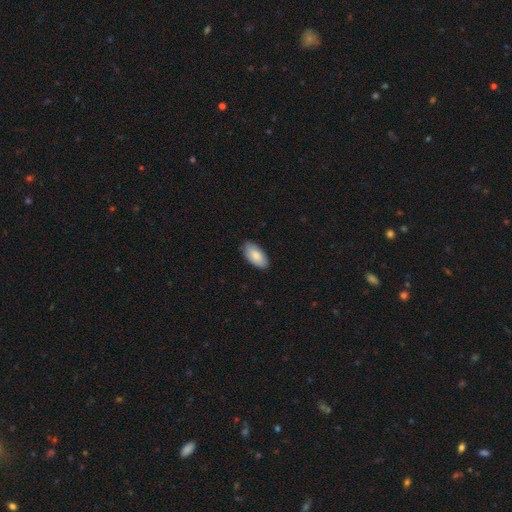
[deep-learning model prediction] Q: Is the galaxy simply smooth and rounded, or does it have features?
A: smooth — 85%.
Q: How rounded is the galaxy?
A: in between — 94%.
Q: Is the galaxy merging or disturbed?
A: none — 85%.